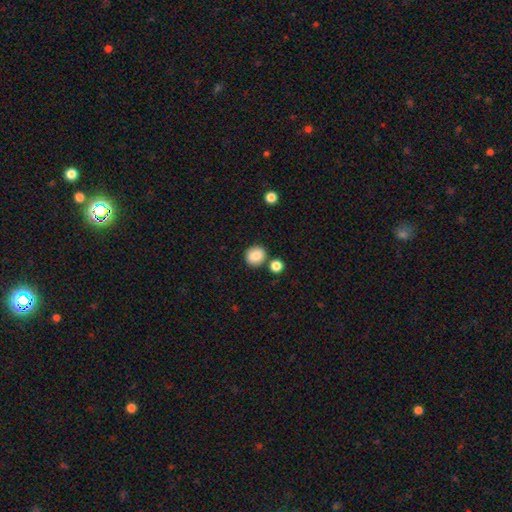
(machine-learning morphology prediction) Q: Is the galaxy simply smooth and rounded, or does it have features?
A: smooth — 85%.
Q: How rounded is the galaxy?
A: round — 84%.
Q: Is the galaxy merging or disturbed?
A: none — 80%.